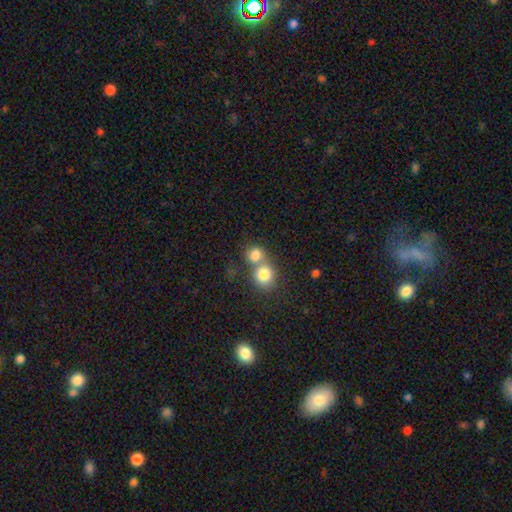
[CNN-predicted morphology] Smooth or featured?
  - smooth: 79% *
  - star or artifact: 11%
  - featured or disk: 10%
How rounded?
  - round: 80% *
  - in between: 19%
  - cigar-shaped: 1%
Merging?
  - merger: 54% *
  - none: 37%
  - minor disturbance: 6%
  - major disturbance: 3%